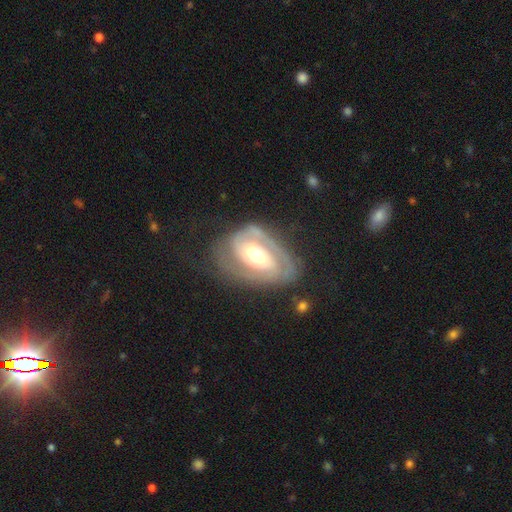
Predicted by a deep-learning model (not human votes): Smooth or featured? Predicted: featured or disk (p=0.83). Edge-on disk? Predicted: no (p=0.96). Bar? Predicted: no (p=0.45). Spiral arms? Predicted: yes (p=0.90). Spiral winding? Predicted: tight (p=0.58). Spiral arm count? Predicted: 2 (p=0.60). Bulge size? Predicted: moderate (p=0.63). Merging? Predicted: none (p=0.64).